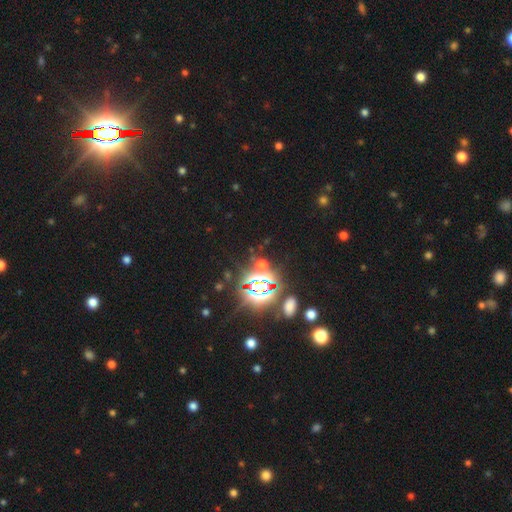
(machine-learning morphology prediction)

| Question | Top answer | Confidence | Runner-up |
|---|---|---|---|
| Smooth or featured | star or artifact | 85% | smooth (9%) |